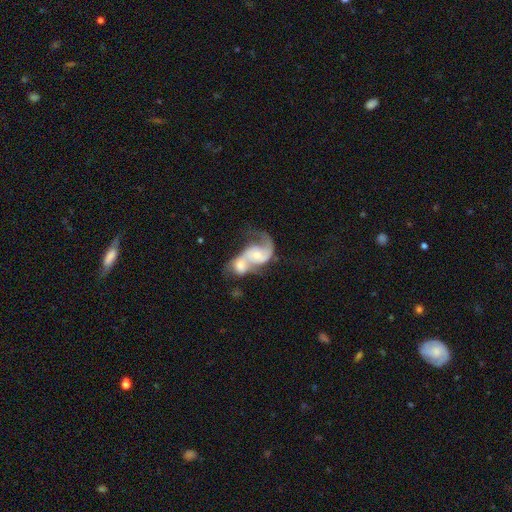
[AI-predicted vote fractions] smooth-or-featured: featured or disk: 77% | smooth: 18% | star or artifact: 6%
  disk-edge-on: no: 97% | yes: 3%
    bar: no: 64% | weak: 29% | strong: 7%
    has-spiral-arms: yes: 87% | no: 13%
      spiral-winding: loose: 46% | medium: 39% | tight: 15%
      spiral-arm-count: 2: 68% | 1: 19% | can't tell: 9% | 3: 2% | 4: 1% | more than 4: 1%
    bulge-size: moderate: 50% | small: 41% | large: 4% | none: 3% | dominant: 1%
  merging: merger: 79% | none: 9% | major disturbance: 8% | minor disturbance: 4%